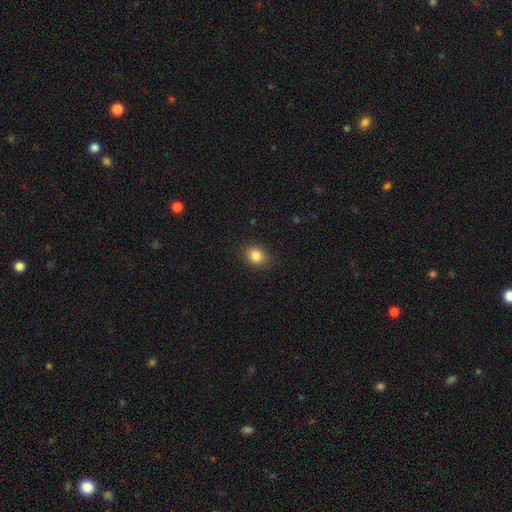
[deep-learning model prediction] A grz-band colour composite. It shows a smooth galaxy with no disk features (84%) that is round (55%). Merging: none (88%).